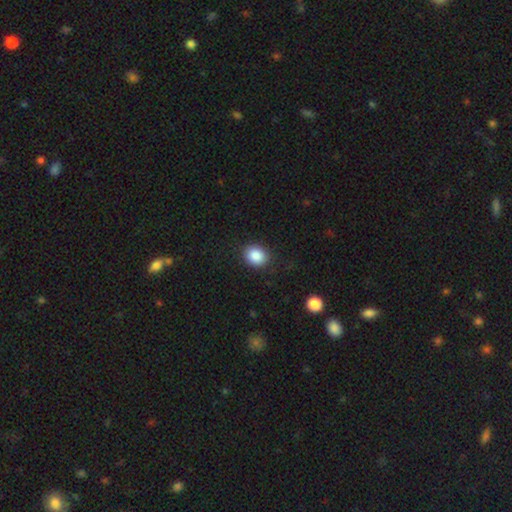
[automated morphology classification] A smooth galaxy with no disk features (87%) that is round (65%). Merging: none (88%).